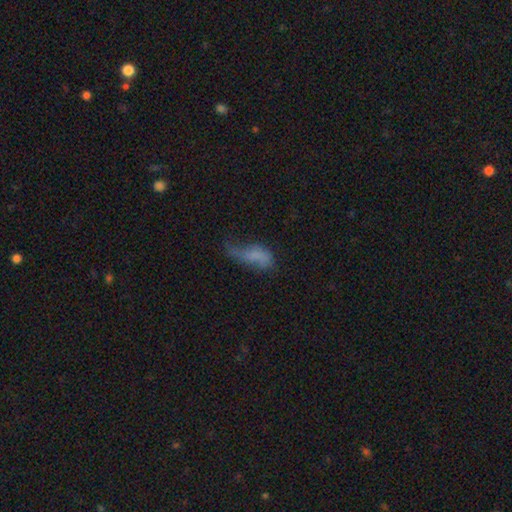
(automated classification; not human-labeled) Overall: smooth (57%; featured or disk 30%). How rounded: in between (77%). Merging: major disturbance (36%; minor disturbance 30%).